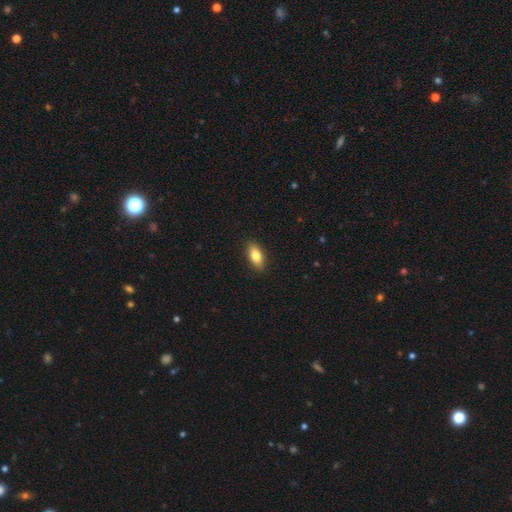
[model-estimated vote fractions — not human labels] Overall: smooth (81%). How rounded: in between (86%). Merging: none (89%).